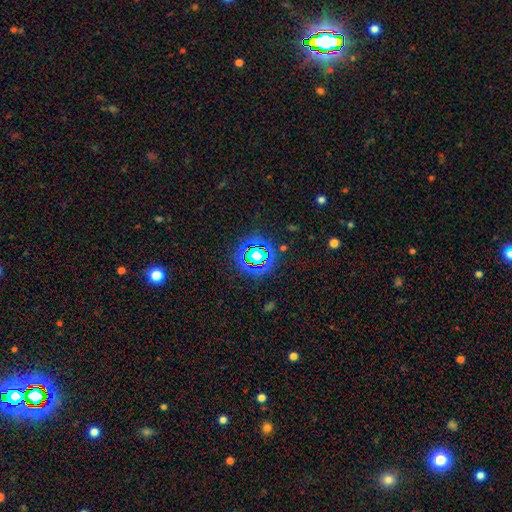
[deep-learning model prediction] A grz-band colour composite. It shows a star or artifact, not a galaxy (68%).